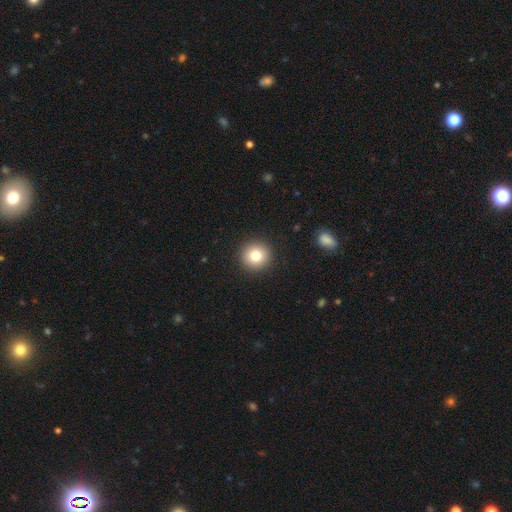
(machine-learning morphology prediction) Q: Smooth or featured?
A: smooth (80%); runner-up: star or artifact (10%)
Q: How rounded?
A: round (94%); runner-up: in between (5%)
Q: Merging?
A: none (92%); runner-up: minor disturbance (5%)